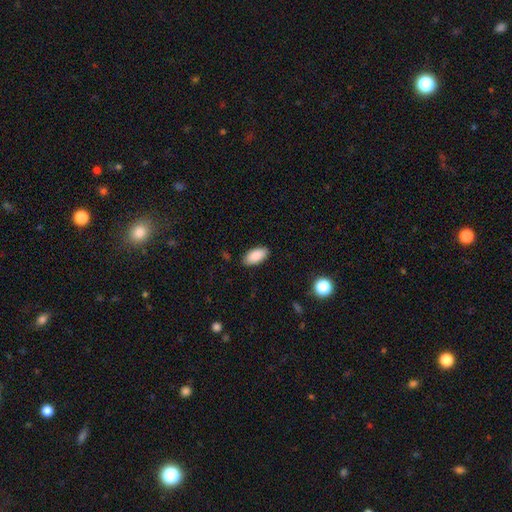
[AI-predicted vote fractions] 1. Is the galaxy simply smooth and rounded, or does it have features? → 89% smooth, 7% star or artifact, 4% featured or disk.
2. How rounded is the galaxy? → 93% in between, 5% cigar-shaped, 2% round.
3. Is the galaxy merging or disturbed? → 87% none, 10% minor disturbance, 2% major disturbance, 1% merger.